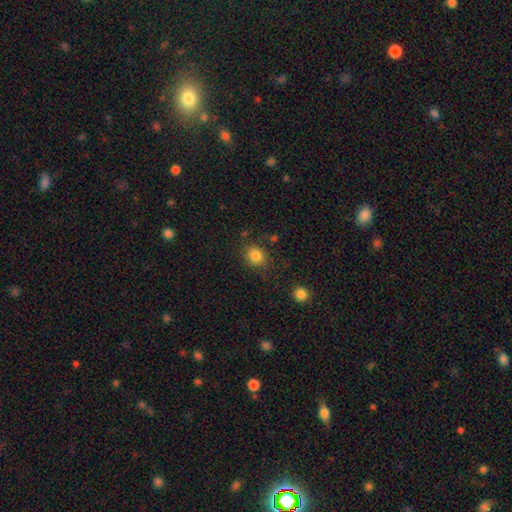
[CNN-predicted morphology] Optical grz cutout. It shows a smooth galaxy with no disk features (84%) that is round (70%). Merging: none (80%).